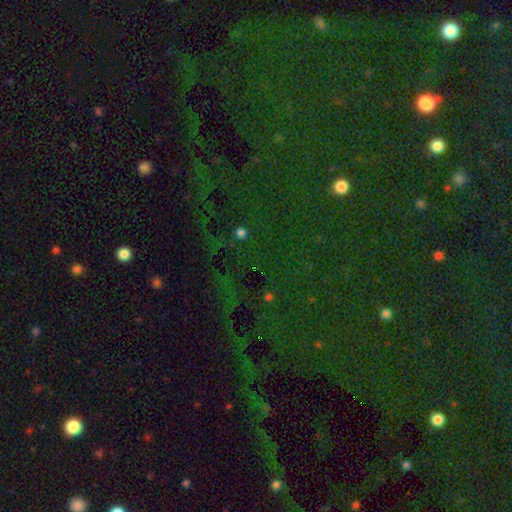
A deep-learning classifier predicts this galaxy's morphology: type=star or artifact (77%).